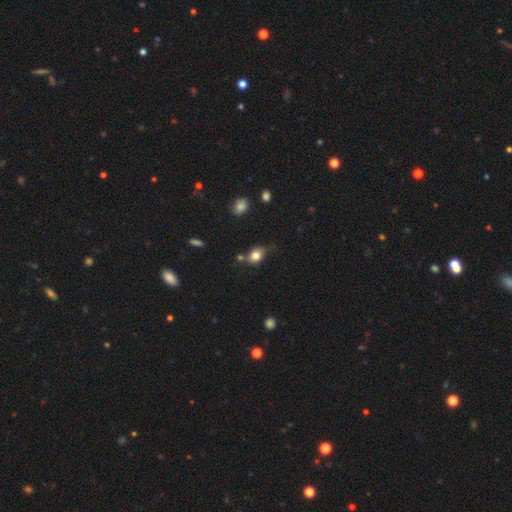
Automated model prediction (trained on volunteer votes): Smooth or featured? Predicted: smooth (p=0.80). How rounded? Predicted: in between (p=0.57). Merging? Predicted: none (p=0.60).